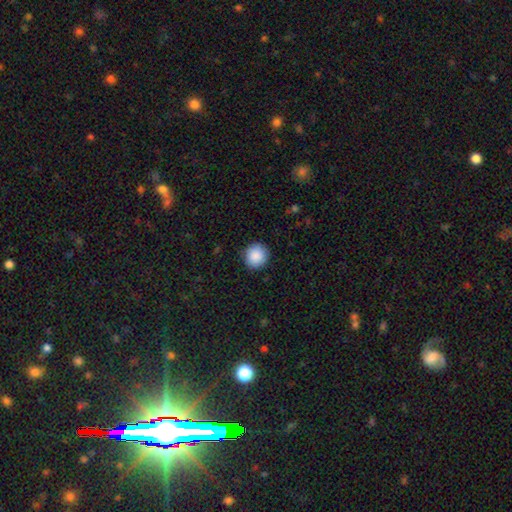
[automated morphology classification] Smooth or featured? Predicted: smooth (p=0.89). How rounded? Predicted: round (p=0.93). Merging? Predicted: none (p=0.91).